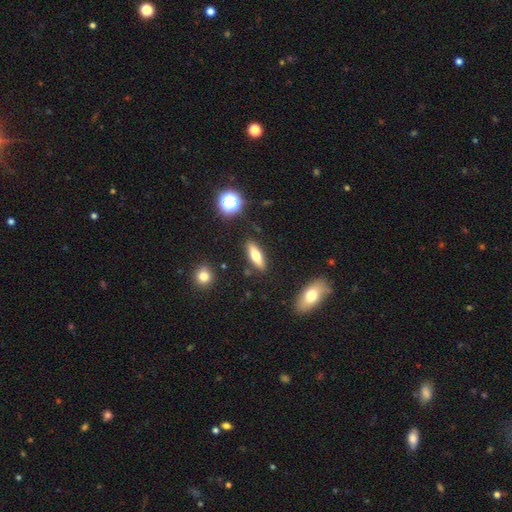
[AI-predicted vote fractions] This is likely a smooth galaxy (63%). How rounded: possibly cigar-shaped (49%). Merging: clearly none (85%).